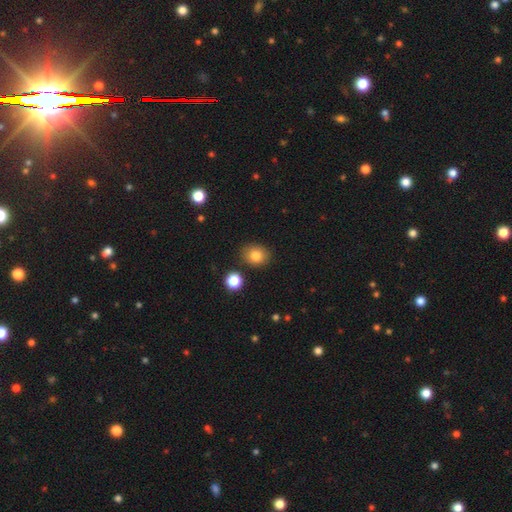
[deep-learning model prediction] Smooth or featured: smooth — 82% (star or artifact — 10%)
How rounded: round — 54% (in between — 45%)
Merging: none — 85% (minor disturbance — 9%)